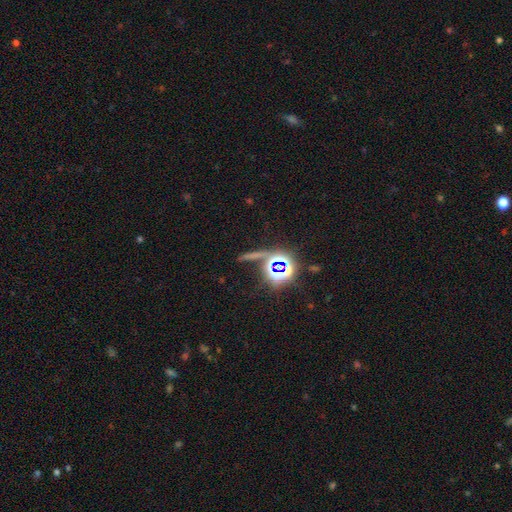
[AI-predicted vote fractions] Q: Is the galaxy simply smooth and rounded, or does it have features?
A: star or artifact — 80%.